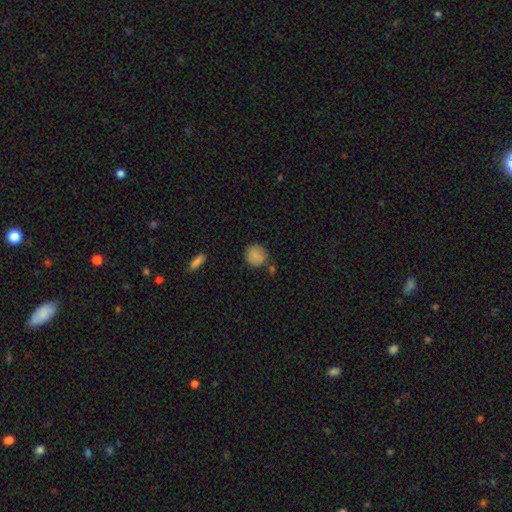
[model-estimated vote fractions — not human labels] Smooth or featured?
  - smooth: 84% *
  - star or artifact: 9%
  - featured or disk: 6%
How rounded?
  - round: 88% *
  - in between: 11%
  - cigar-shaped: 1%
Merging?
  - none: 72% *
  - minor disturbance: 15%
  - merger: 9%
  - major disturbance: 4%